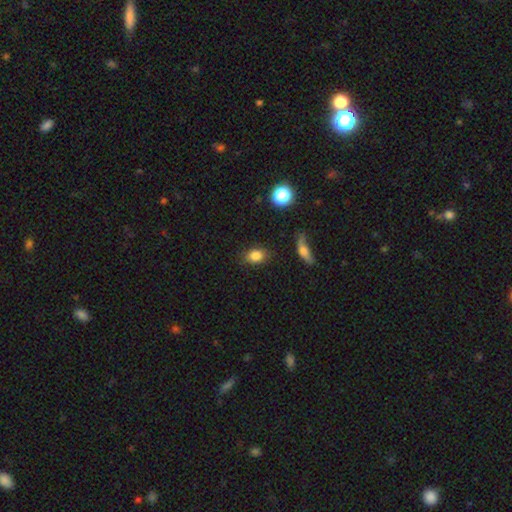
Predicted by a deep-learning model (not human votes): This appears to be a smooth galaxy with no disk features (84%) that is in between round and cigar-shaped (67%). Merging: none (80%).